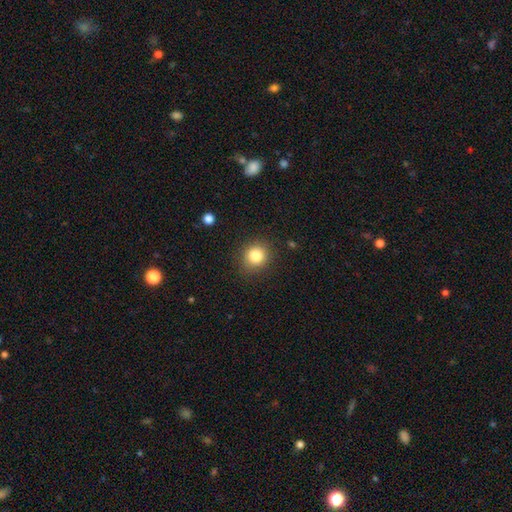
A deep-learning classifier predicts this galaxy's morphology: A smooth galaxy with no disk features (83%) that is round (84%).

Vote fractions:
- Smooth or featured? smooth: 83% / star or artifact: 11% / featured or disk: 6%
- How rounded? round: 84% / in between: 15% / cigar-shaped: 1%
- Merging? none: 87% / minor disturbance: 9% / major disturbance: 3% / merger: 1%